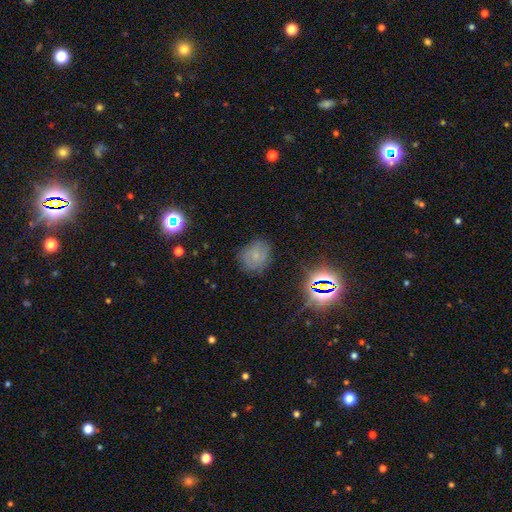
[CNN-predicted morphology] Smooth or featured? Predicted: smooth (p=0.59). How rounded? Predicted: round (p=0.71). Merging? Predicted: none (p=0.78).